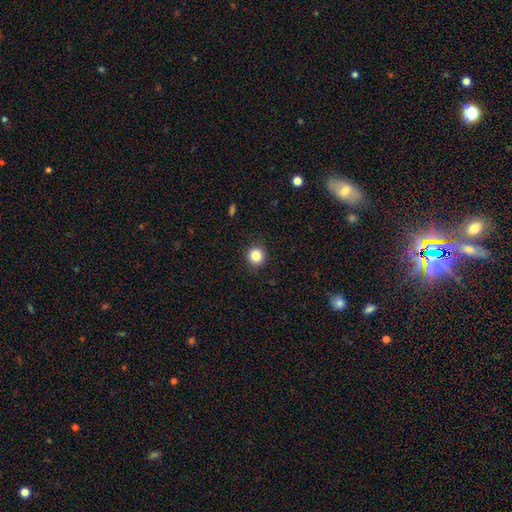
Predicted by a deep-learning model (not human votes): Smooth or featured: smooth — 84% (star or artifact — 11%)
How rounded: round — 92% (in between — 7%)
Merging: none — 90% (minor disturbance — 7%)